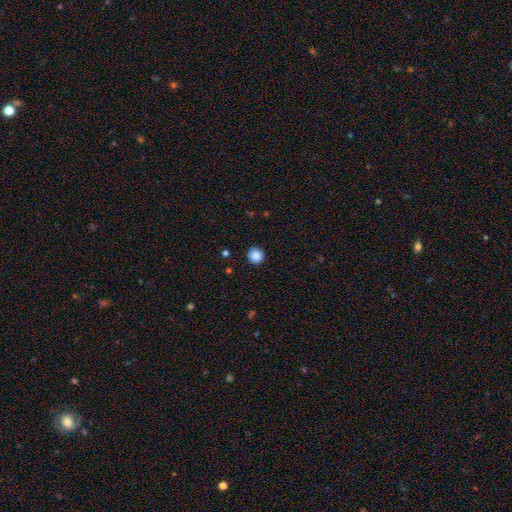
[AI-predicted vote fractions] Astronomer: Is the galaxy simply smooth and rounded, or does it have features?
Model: smooth — 88%.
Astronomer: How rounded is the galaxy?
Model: round — 95%.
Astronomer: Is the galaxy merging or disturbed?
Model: none — 92%.